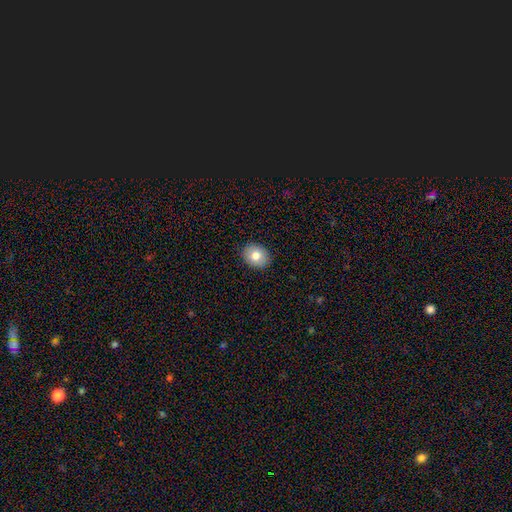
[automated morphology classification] A smooth galaxy with no disk features (78%) that is in between round and cigar-shaped (53%). Merging: none (90%).